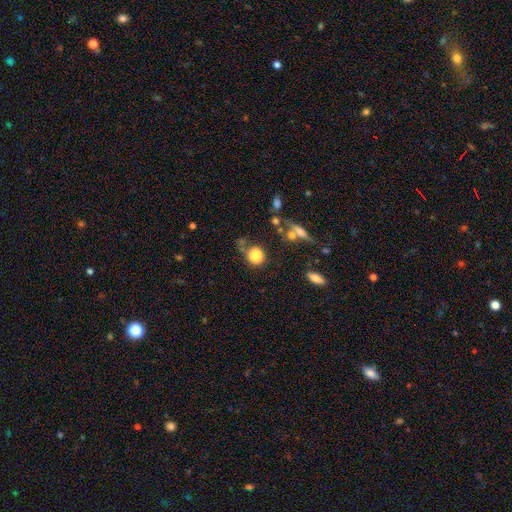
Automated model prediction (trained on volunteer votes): This appears to be a smooth galaxy with no disk features (82%) that is round (79%). Merging: none (53%).